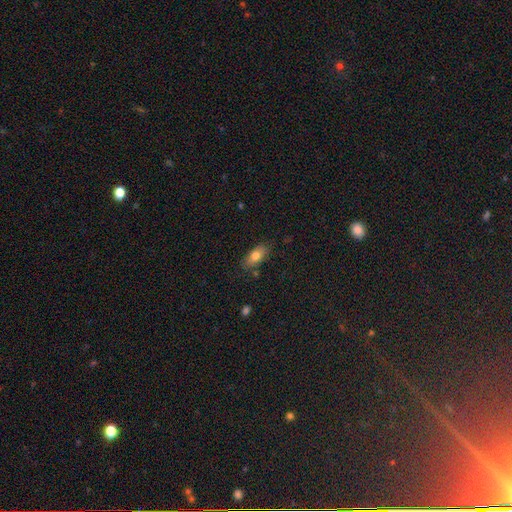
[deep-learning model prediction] This appears to be a smooth galaxy with no disk features (76%) that is in between round and cigar-shaped (83%). Merging: none (80%).